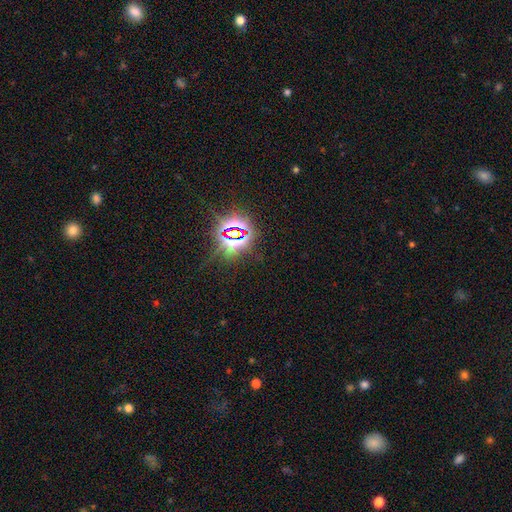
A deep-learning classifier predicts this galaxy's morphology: Smooth or featured: star or artifact — 83% (smooth — 9%)